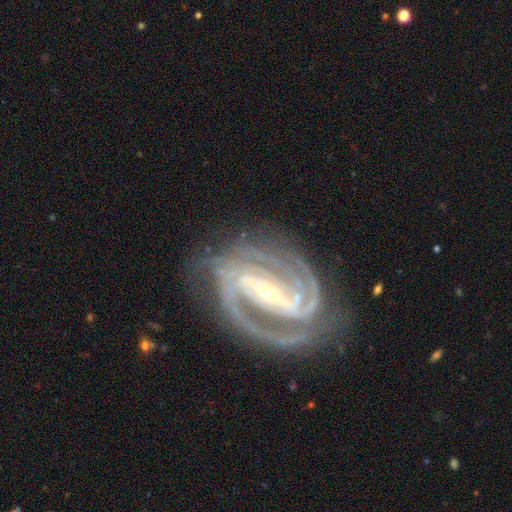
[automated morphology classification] Q: Smooth or featured?
A: featured or disk (93%); runner-up: star or artifact (5%)
Q: Edge-on disk?
A: no (97%); runner-up: yes (3%)
Q: Bar?
A: strong (70%); runner-up: weak (21%)
Q: Spiral arms?
A: yes (99%); runner-up: no (1%)
Q: Spiral winding?
A: tight (58%); runner-up: medium (37%)
Q: Spiral arm count?
A: 2 (43%); runner-up: 3 (28%)
Q: Bulge size?
A: small (72%); runner-up: moderate (25%)
Q: Merging?
A: none (71%); runner-up: minor disturbance (18%)